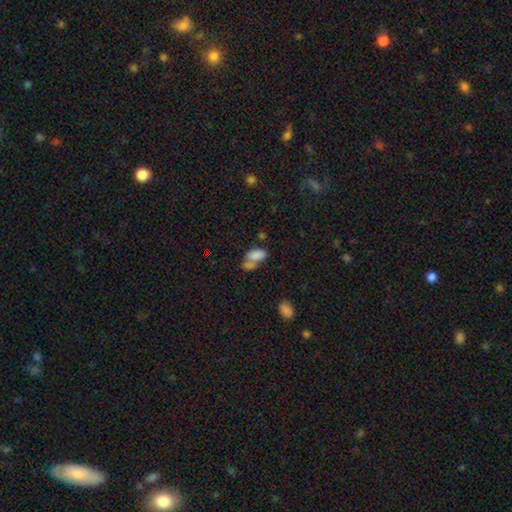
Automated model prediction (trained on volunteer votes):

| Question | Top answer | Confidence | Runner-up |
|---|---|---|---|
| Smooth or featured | smooth | 78% | featured or disk (12%) |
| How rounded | in between | 91% | round (6%) |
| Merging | merger | 50% | none (28%) |